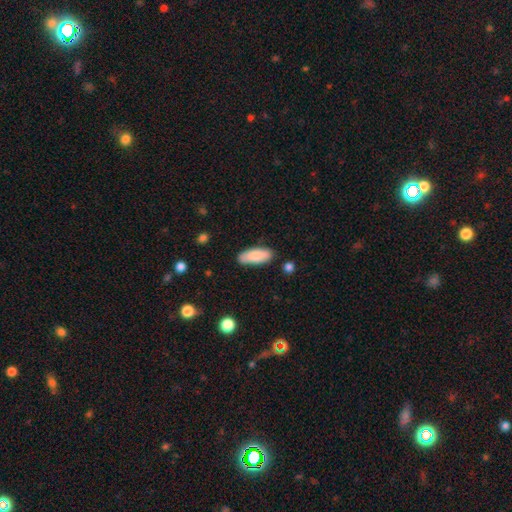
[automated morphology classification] Overall: smooth (85%). How rounded: in between (75%). Merging: none (83%).